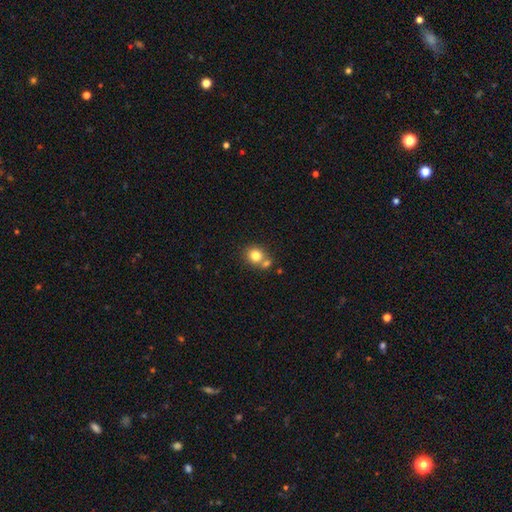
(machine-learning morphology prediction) smooth 80%, star or artifact 11%, featured or disk 9%. Down the decision tree: how rounded — round (81%); merging — none (55%).